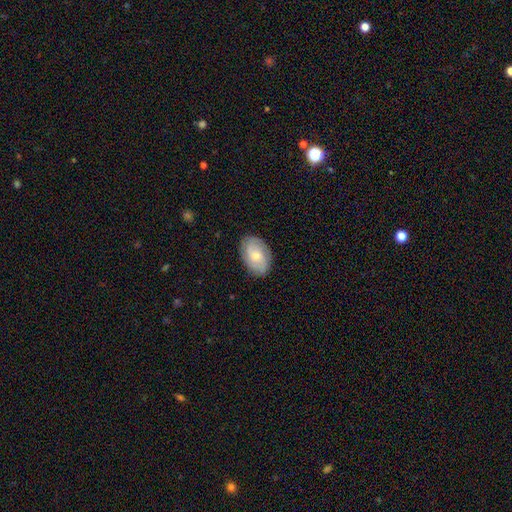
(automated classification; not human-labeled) Smooth or featured: smooth — 50% (featured or disk — 44%)
Merging: none — 84% (minor disturbance — 12%)